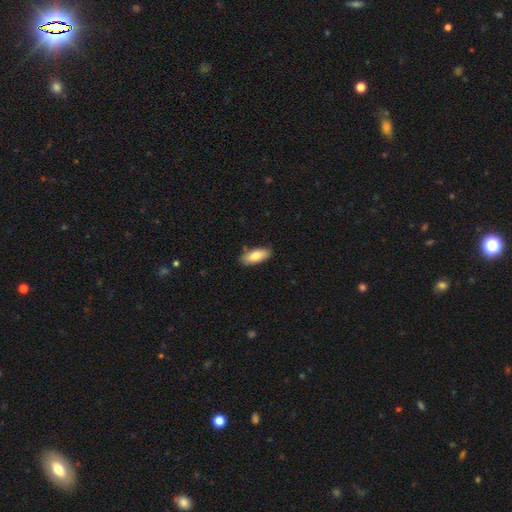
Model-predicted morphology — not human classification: smooth_or_featured: smooth (p=0.79) [alt: featured or disk p=0.14]
how_rounded: in between (p=0.82) [alt: cigar-shaped p=0.16]
merging: none (p=0.82) [alt: minor disturbance p=0.14]